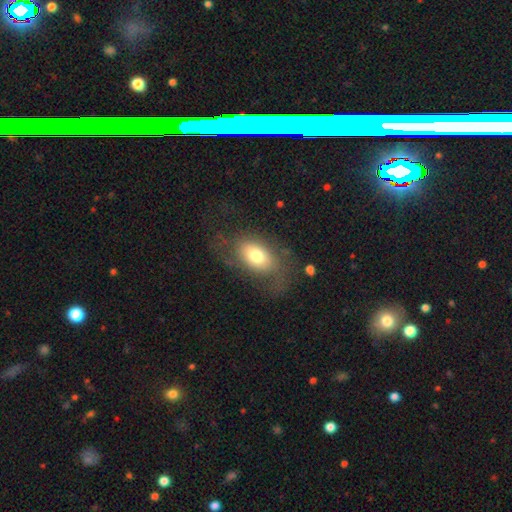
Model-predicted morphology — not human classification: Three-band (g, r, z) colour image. It shows a smooth galaxy with no disk features (63%) that is in between round and cigar-shaped (86%). Merging: none (57%).